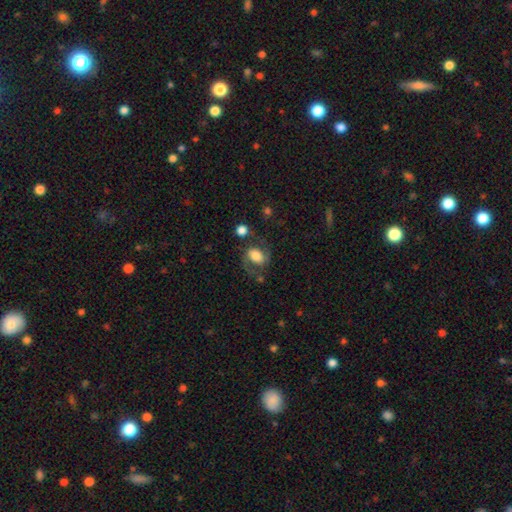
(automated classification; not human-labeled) The model was most divided on "bar": no: 44%, weak: 38%, strong: 18%. Remaining: edge-on disk — no (97%); spiral arm count — 2 (89%); spiral arms — yes (88%); merging — none (60%); smooth or featured — featured or disk (60%); spiral winding — medium (51%); bulge size — large (47%).